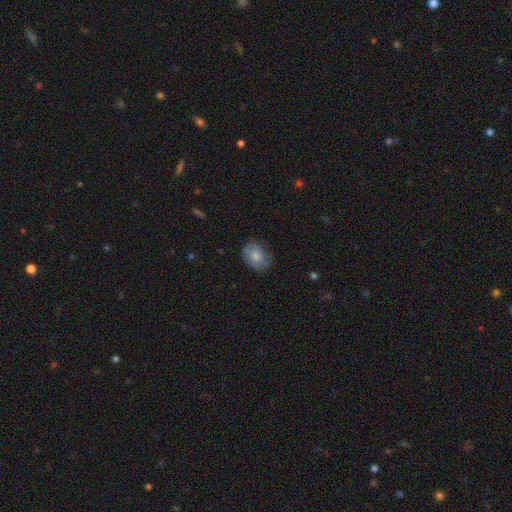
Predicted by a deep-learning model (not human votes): This appears to be a smooth galaxy with no disk features (71%) that is in between round and cigar-shaped (67%). Merging: none (73%).